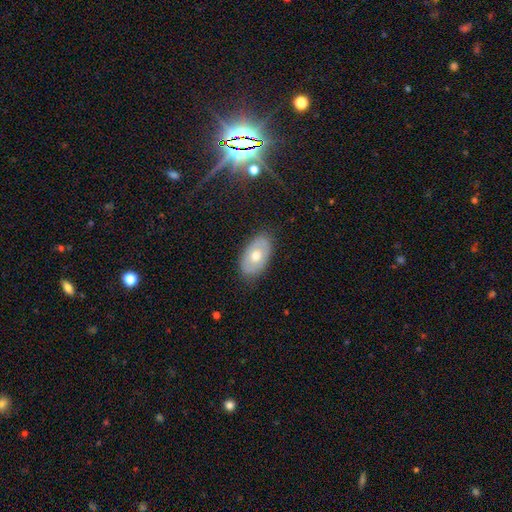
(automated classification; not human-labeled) smooth 56%, featured or disk 36%, star or artifact 8%. Down the decision tree: how rounded — in between (92%); merging — none (83%).